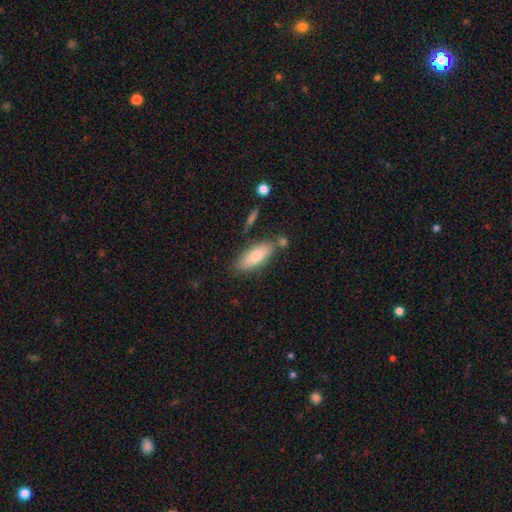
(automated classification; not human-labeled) Morphology: type=smooth (76%); roundness=in between (76%); merging=none (74%).